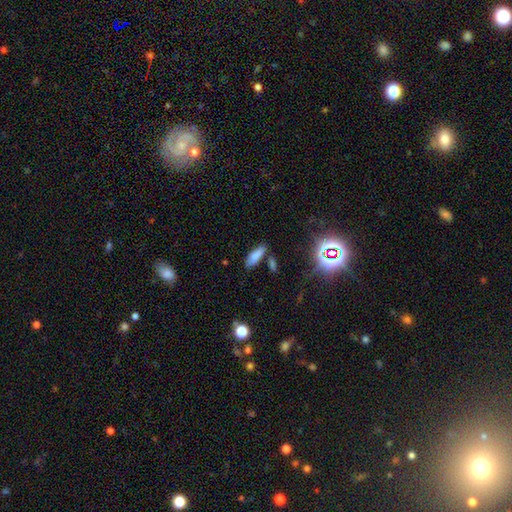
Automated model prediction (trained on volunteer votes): Q: Smooth or featured?
A: smooth (77%); runner-up: star or artifact (14%)
Q: How rounded?
A: in between (58%); runner-up: cigar-shaped (39%)
Q: Merging?
A: none (69%); runner-up: minor disturbance (16%)